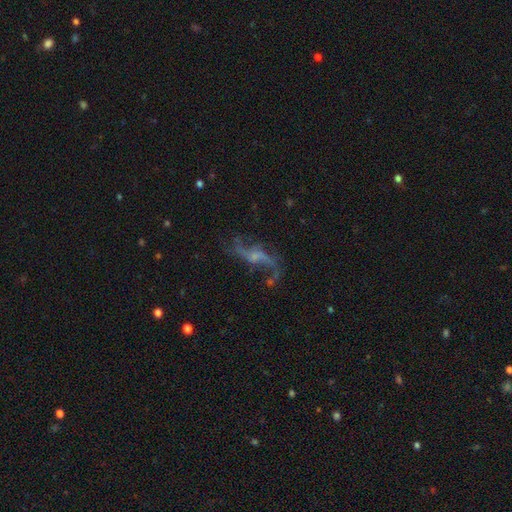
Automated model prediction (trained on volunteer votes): featured or disk 83%, star or artifact 9%, smooth 8%. Down the decision tree: edge-on disk — no (93%); bar — no (47%); spiral arms — yes (91%); spiral arm count — 2 (87%); spiral winding — loose (90%); bulge size — small (44%); merging — none (60%).